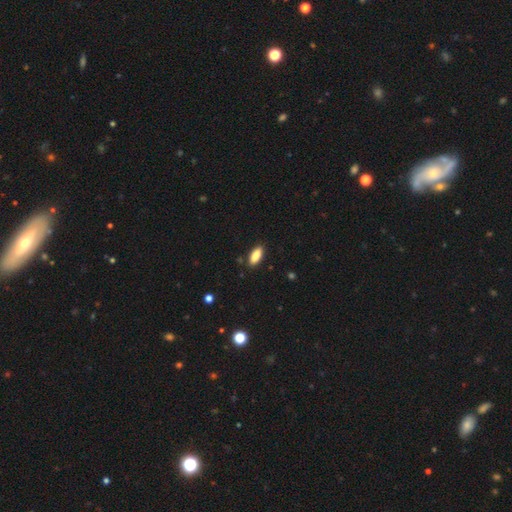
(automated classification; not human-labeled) smooth 88%, star or artifact 7%, featured or disk 5%. Down the decision tree: how rounded — in between (82%); merging — none (87%).